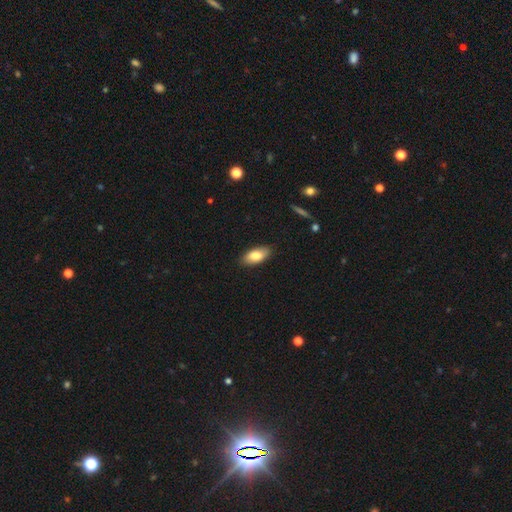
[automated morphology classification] A smooth galaxy with no disk features (82%) that is in between round and cigar-shaped (90%).

Vote fractions:
- Smooth or featured? smooth: 82% / featured or disk: 11% / star or artifact: 6%
- How rounded? in between: 90% / cigar-shaped: 7% / round: 3%
- Merging? none: 87% / minor disturbance: 10% / major disturbance: 2% / merger: 1%